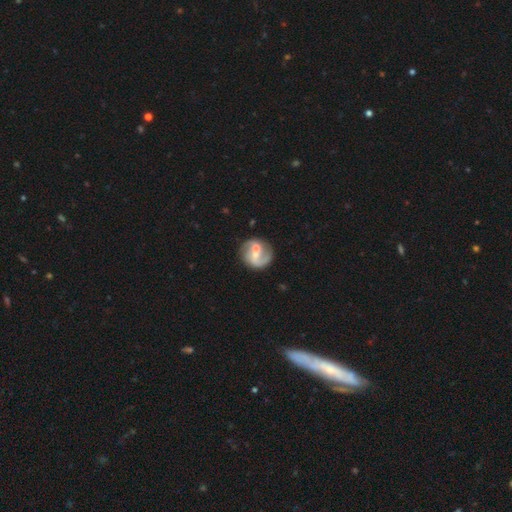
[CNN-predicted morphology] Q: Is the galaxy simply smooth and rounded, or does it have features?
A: featured or disk — 71%.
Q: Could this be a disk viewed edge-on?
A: no — 98%.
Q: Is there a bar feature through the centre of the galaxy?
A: no — 55%.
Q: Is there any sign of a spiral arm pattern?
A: yes — 85%.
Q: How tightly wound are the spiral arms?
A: medium — 47%.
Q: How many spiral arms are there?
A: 2 — 74%.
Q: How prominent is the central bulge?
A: small — 48%.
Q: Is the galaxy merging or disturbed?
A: none — 49%.